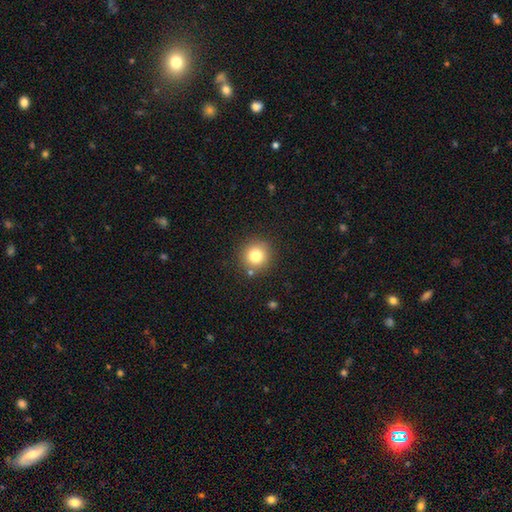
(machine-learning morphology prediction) smooth-or-featured: smooth: 78% | star or artifact: 13% | featured or disk: 9%
  how-rounded: round: 94% | in between: 5% | cigar-shaped: 1%
  merging: none: 86% | minor disturbance: 7% | merger: 4% | major disturbance: 3%